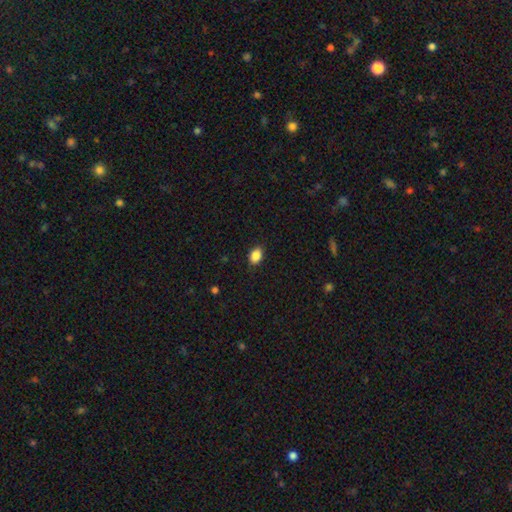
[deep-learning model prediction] Smooth or featured? Predicted: smooth (p=0.87). How rounded? Predicted: in between (p=0.77). Merging? Predicted: none (p=0.86).